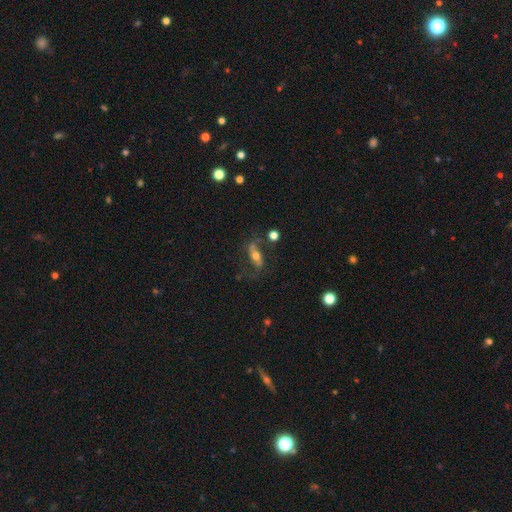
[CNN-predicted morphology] The model was most divided on "smooth or featured": featured or disk: 61%, smooth: 25%, star or artifact: 14%. More confident: edge-on disk — no (78%); merging — none (56%).